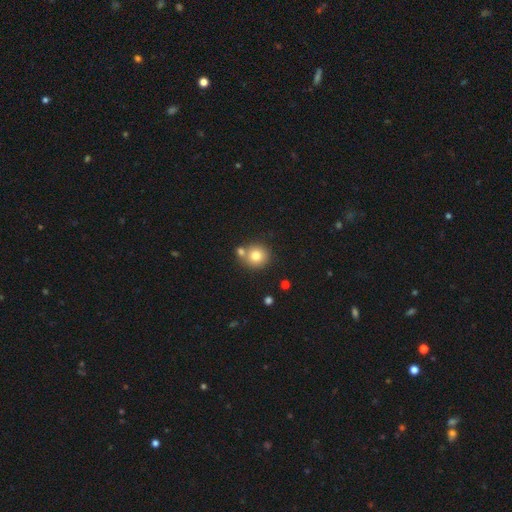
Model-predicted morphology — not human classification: A smooth galaxy with no disk features (78%) that is round (90%). Merging: none (63%).